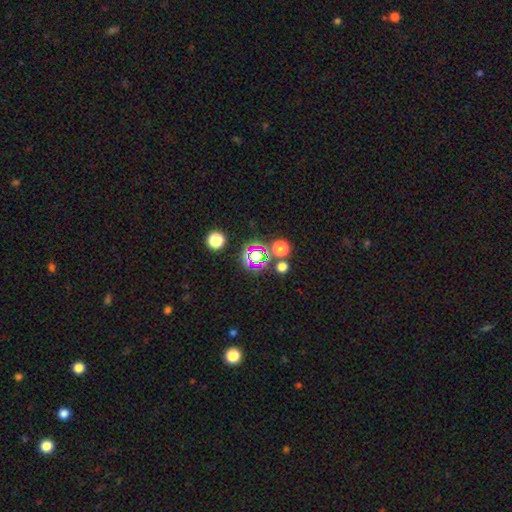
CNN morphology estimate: Smooth or featured?
  - star or artifact: 55% *
  - smooth: 34%
  - featured or disk: 11%